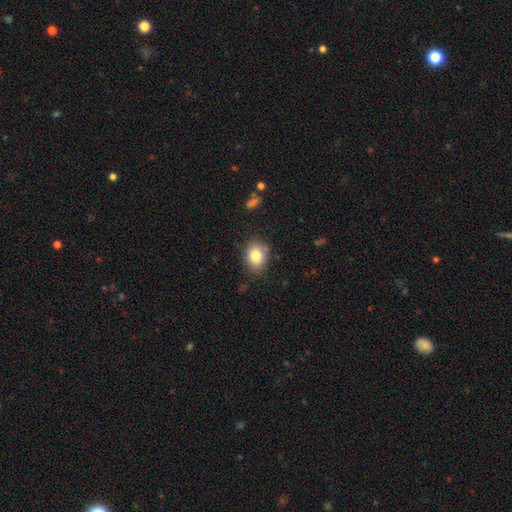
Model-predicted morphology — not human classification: type=smooth (82%); roundness=in between (57%); merging=none (81%).